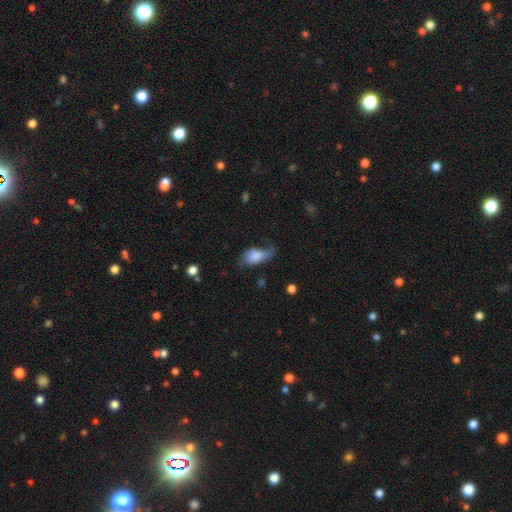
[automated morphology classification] Q: Smooth or featured?
A: smooth (56%); runner-up: featured or disk (36%)
Q: How rounded?
A: in between (86%); runner-up: round (9%)
Q: Merging?
A: major disturbance (38%); runner-up: minor disturbance (30%)